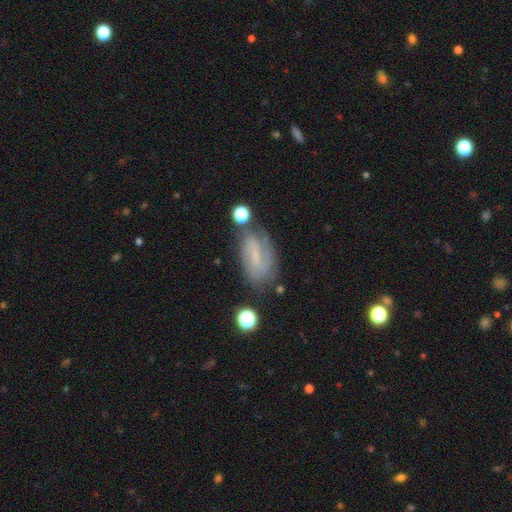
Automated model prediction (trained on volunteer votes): Smooth or featured? Predicted: featured or disk (p=0.68). Edge-on disk? Predicted: no (p=0.94). Bar? Predicted: weak (p=0.47). Spiral arms? Predicted: yes (p=0.86). Spiral winding? Predicted: tight (p=0.44). Spiral arm count? Predicted: 2 (p=0.56). Bulge size? Predicted: small (p=0.59). Merging? Predicted: none (p=0.64).